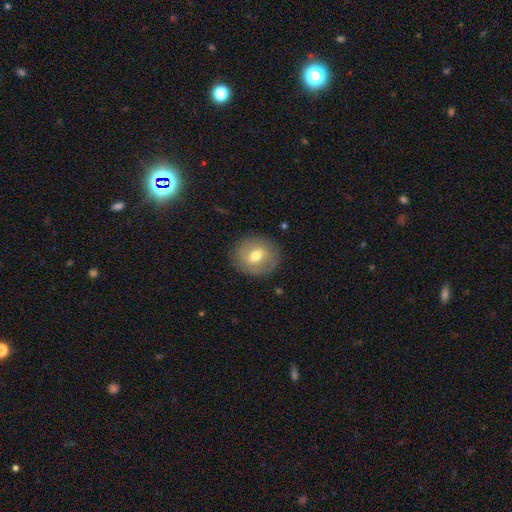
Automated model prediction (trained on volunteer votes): Smooth or featured? Predicted: smooth (p=0.49). Merging? Predicted: none (p=0.84).